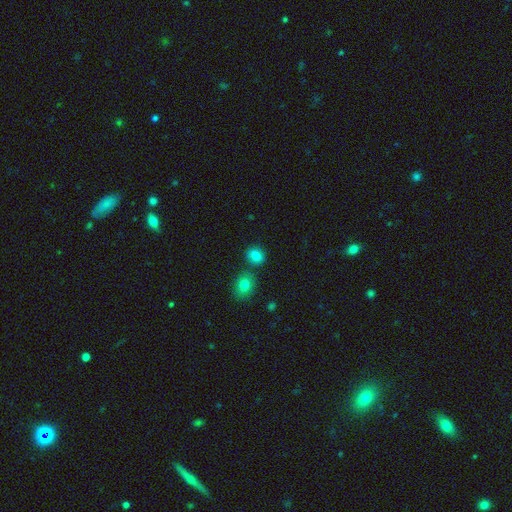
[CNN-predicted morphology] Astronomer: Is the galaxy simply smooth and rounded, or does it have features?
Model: smooth — 83%.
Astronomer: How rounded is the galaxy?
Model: round — 60% (runner-up: in between, 39%).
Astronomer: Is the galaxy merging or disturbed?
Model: none — 73%.